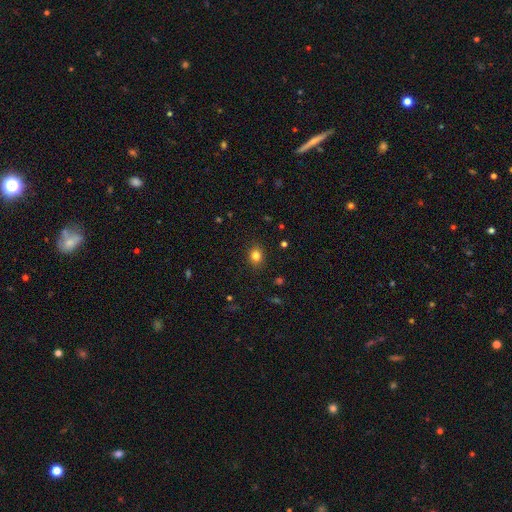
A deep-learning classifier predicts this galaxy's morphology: A smooth galaxy with no disk features (82%) that is round (65%). Merging: none (89%).